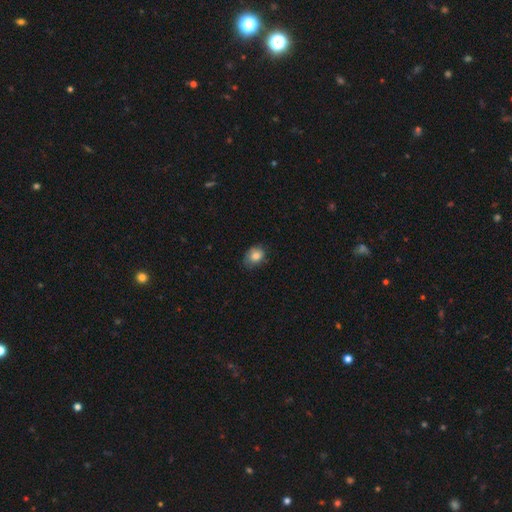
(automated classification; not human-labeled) A smooth galaxy with no disk features (82%) that is in between round and cigar-shaped (56%).

Vote fractions:
- Smooth or featured? smooth: 82% / featured or disk: 9% / star or artifact: 9%
- How rounded? in between: 56% / round: 43% / cigar-shaped: 1%
- Merging? none: 64% / minor disturbance: 28% / major disturbance: 6% / merger: 1%